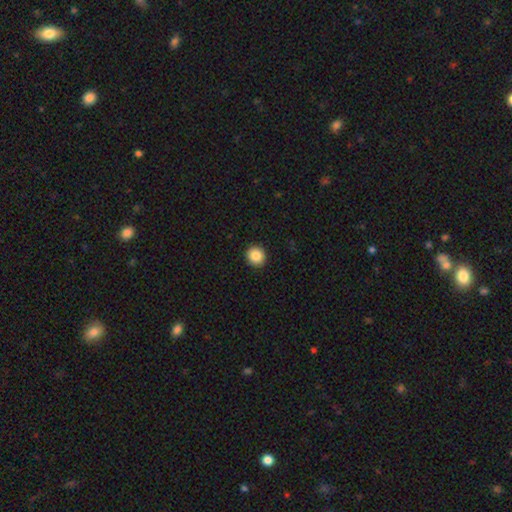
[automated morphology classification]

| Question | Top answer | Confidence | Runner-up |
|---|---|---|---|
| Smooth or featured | smooth | 86% | star or artifact (9%) |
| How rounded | round | 92% | in between (7%) |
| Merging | none | 93% | minor disturbance (4%) |